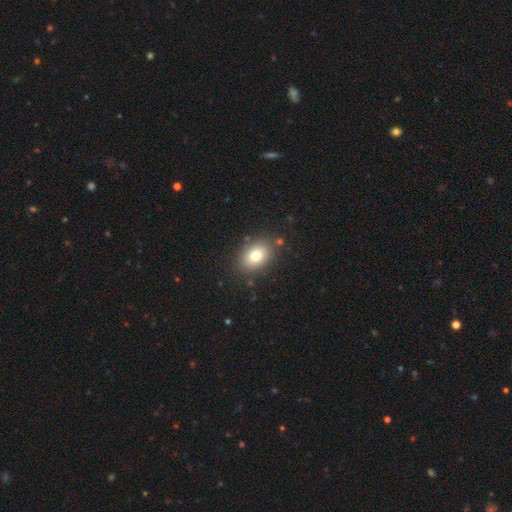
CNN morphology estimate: Smooth or featured? smooth (78%)
How rounded? in between (76%)
Merging? none (85%)